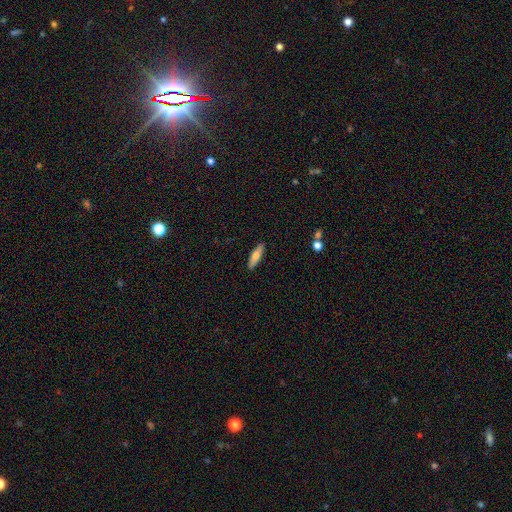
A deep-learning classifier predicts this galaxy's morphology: Overall: smooth (67%). How rounded: cigar-shaped (65%; in between 33%). Merging: none (89%).